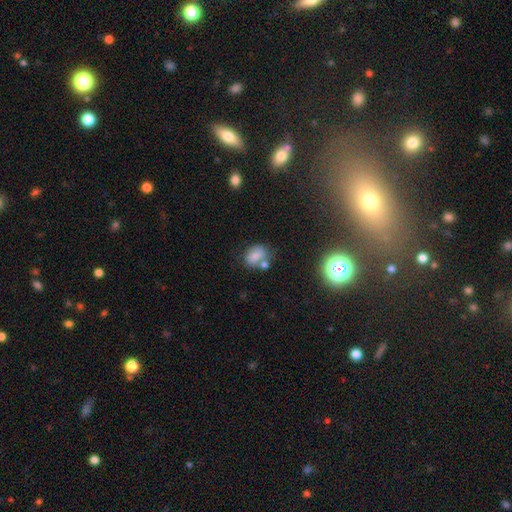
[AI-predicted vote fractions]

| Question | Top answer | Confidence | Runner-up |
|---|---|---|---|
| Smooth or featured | smooth | 61% | featured or disk (25%) |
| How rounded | in between | 62% | round (36%) |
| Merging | none | 46% | merger (27%) |